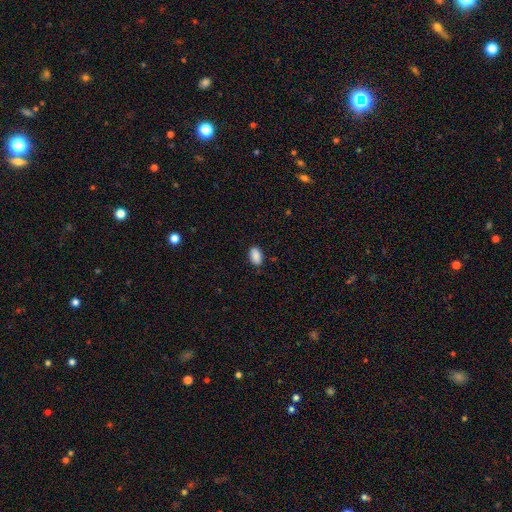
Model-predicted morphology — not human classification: This is clearly a smooth galaxy (89%). How rounded: clearly in between (92%). Merging: clearly none (85%).